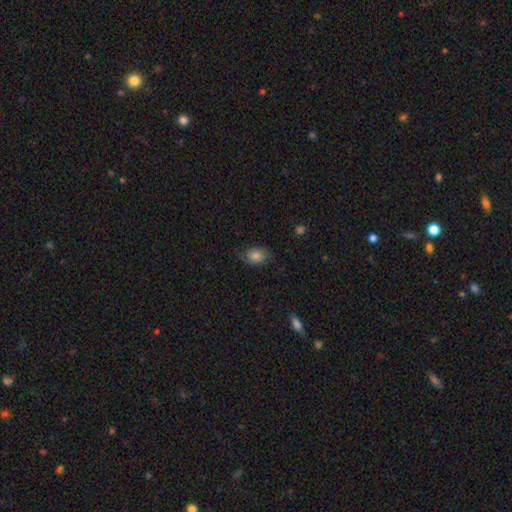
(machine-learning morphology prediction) Smooth or featured? Predicted: smooth (p=0.72). How rounded? Predicted: in between (p=0.69). Merging? Predicted: none (p=0.70).